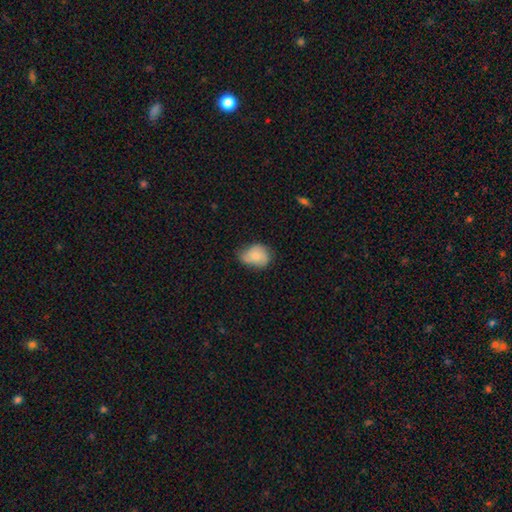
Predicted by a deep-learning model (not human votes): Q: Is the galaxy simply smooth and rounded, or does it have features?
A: smooth — 71%.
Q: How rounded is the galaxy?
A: in between — 64%.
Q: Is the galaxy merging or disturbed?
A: none — 52%.